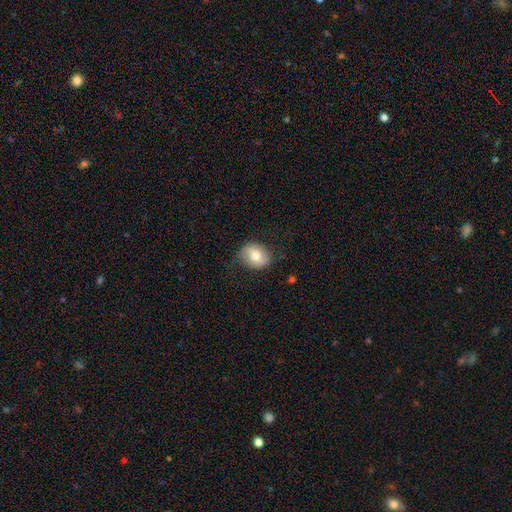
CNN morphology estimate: smooth_or_featured: smooth (p=0.68) [alt: featured or disk p=0.24]
how_rounded: round (p=0.51) [alt: in between p=0.48]
merging: none (p=0.78) [alt: minor disturbance p=0.17]